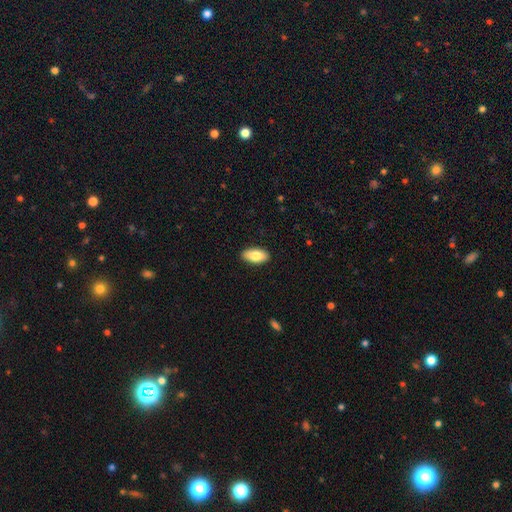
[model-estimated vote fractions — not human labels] Smooth or featured: smooth — 80% (featured or disk — 14%)
How rounded: in between — 93% (cigar-shaped — 4%)
Merging: none — 90% (minor disturbance — 8%)